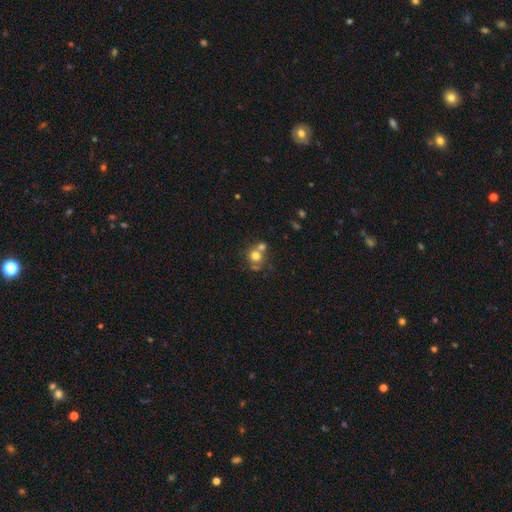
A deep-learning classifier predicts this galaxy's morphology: Smooth or featured? Predicted: smooth (p=0.71). How rounded? Predicted: round (p=0.84). Merging? Predicted: merger (p=0.44).